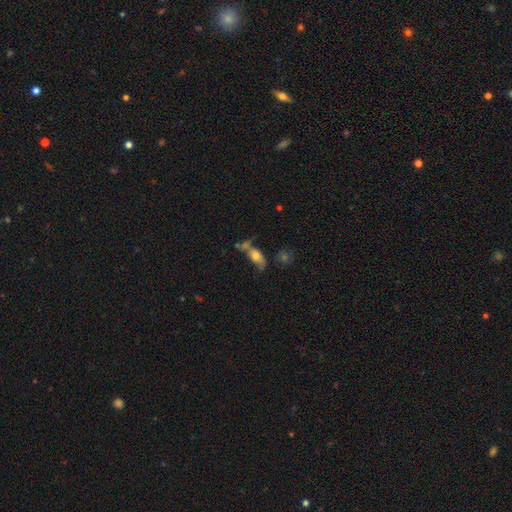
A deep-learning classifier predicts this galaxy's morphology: This appears to be a smooth galaxy with no disk features (58%) that is in between round and cigar-shaped (80%). Merging: none (32%, tied with merger).